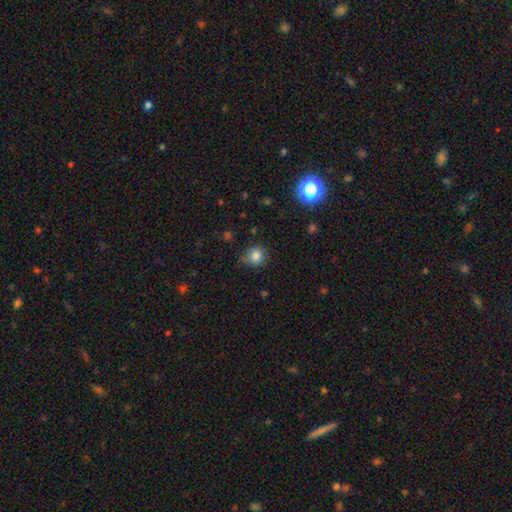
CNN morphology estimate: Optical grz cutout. It shows a smooth galaxy with no disk features (82%) that is round (85%). Merging: none (74%).